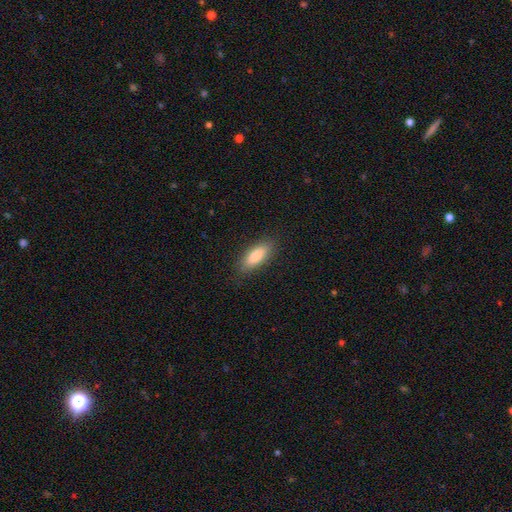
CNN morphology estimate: The model was most divided on "how rounded": in between: 70%, cigar-shaped: 28%, round: 2%. More confident: merging — none (86%); smooth or featured — smooth (84%).